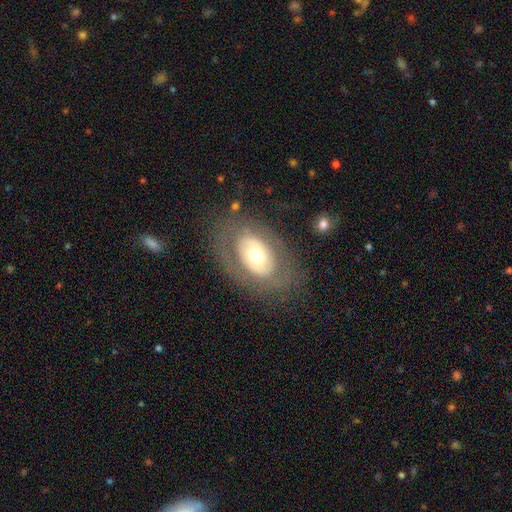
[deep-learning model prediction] Q: Smooth or featured?
A: featured or disk (49%); runner-up: smooth (43%)
Q: Merging?
A: none (75%); runner-up: minor disturbance (13%)